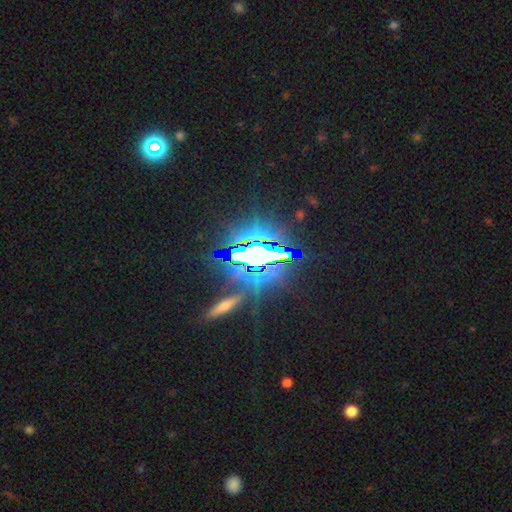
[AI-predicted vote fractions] A star or artifact, not a galaxy (76%).